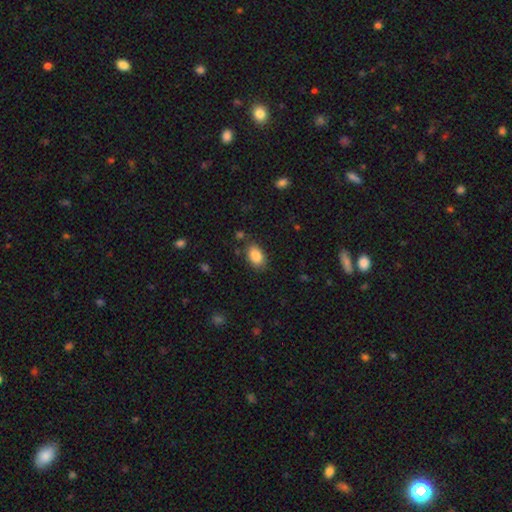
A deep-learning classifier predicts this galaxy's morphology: This is clearly a smooth galaxy (87%). How rounded: clearly in between (90%). Merging: clearly none (82%).